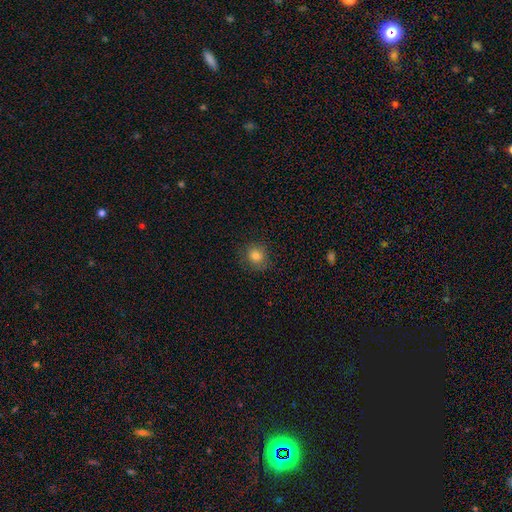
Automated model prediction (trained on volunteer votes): Smooth or featured? smooth (82%)
How rounded? round (82%)
Merging? none (84%)